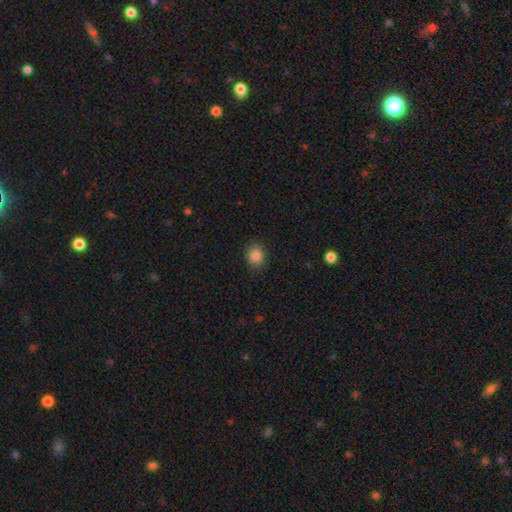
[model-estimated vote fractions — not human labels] Overall: smooth (86%). How rounded: round (55%; in between 44%). Merging: none (88%).